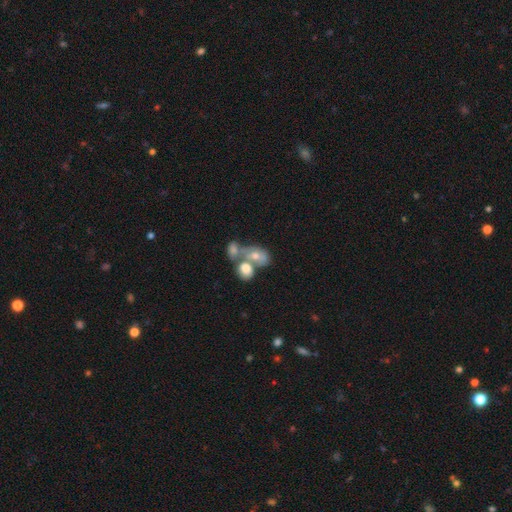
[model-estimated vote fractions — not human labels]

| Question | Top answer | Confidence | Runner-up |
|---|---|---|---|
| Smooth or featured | smooth | 55% | featured or disk (34%) |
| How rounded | in between | 71% | round (27%) |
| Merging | merger | 61% | none (21%) |